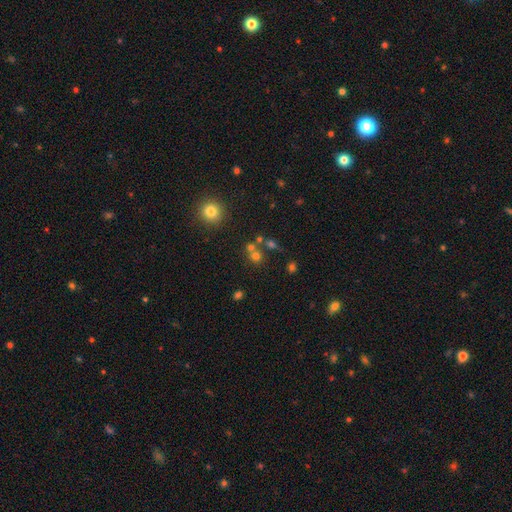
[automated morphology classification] The model was most divided on "merging": none: 51%, merger: 37%, minor disturbance: 8%, major disturbance: 4%. More confident: how rounded — round (83%); smooth or featured — smooth (64%).